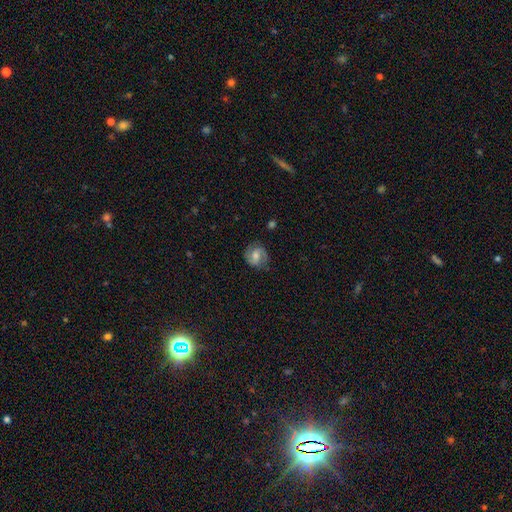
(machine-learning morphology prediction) Smooth or featured? Predicted: featured or disk (p=0.61). Edge-on disk? Predicted: no (p=0.97). Bar? Predicted: weak (p=0.46). Spiral arms? Predicted: yes (p=0.90). Spiral winding? Predicted: medium (p=0.48). Spiral arm count? Predicted: 2 (p=0.87). Bulge size? Predicted: moderate (p=0.60). Merging? Predicted: none (p=0.79).